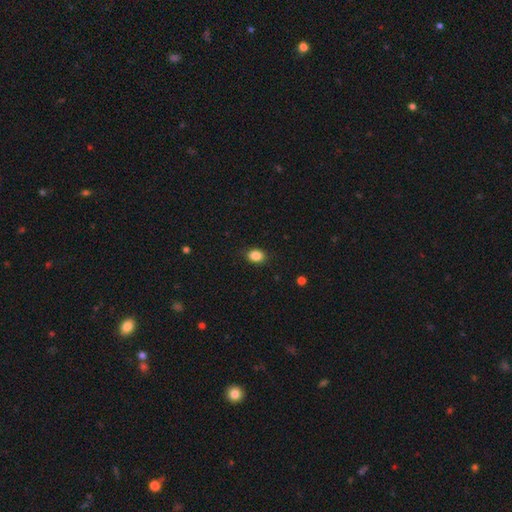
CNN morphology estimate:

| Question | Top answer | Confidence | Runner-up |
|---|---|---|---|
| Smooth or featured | smooth | 87% | star or artifact (10%) |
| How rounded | in between | 68% | round (31%) |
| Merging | none | 87% | minor disturbance (10%) |